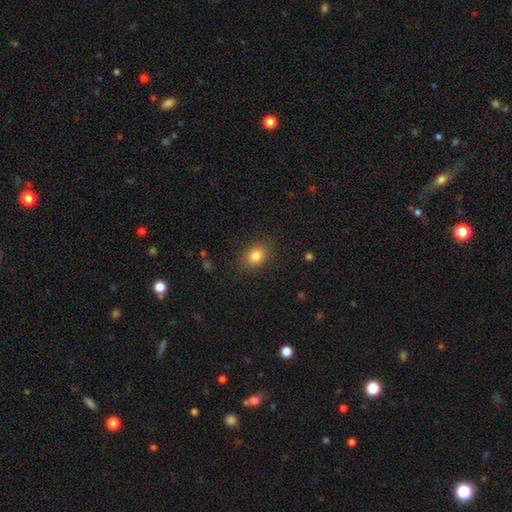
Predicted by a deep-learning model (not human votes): smooth-or-featured: smooth: 83% | star or artifact: 10% | featured or disk: 7%
  how-rounded: in between: 64% | round: 35% | cigar-shaped: 1%
  merging: none: 86% | minor disturbance: 10% | major disturbance: 3% | merger: 1%